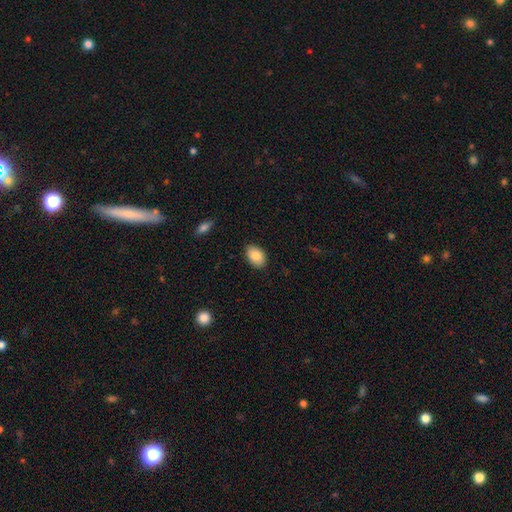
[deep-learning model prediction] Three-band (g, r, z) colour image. It shows a smooth galaxy with no disk features (87%) that is in between round and cigar-shaped (89%). Merging: none (87%).